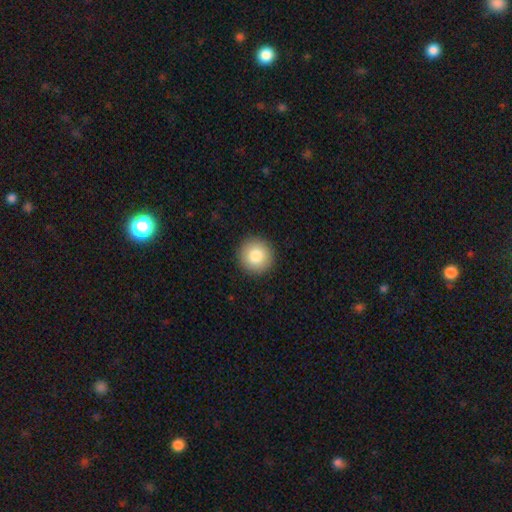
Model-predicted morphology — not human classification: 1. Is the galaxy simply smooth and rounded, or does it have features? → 83% smooth, 9% featured or disk, 9% star or artifact.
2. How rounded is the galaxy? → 95% round, 4% in between, 1% cigar-shaped.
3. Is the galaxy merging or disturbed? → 92% none, 5% minor disturbance, 2% major disturbance, 1% merger.